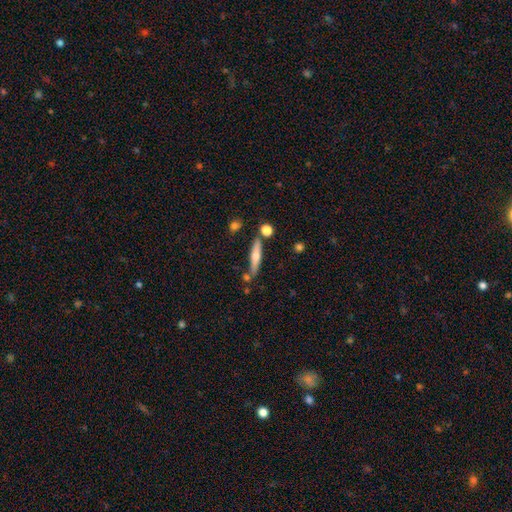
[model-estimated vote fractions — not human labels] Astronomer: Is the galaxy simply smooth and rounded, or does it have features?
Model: smooth — 50% (runner-up: featured or disk, 44%).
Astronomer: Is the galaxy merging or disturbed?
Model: none — 75%.